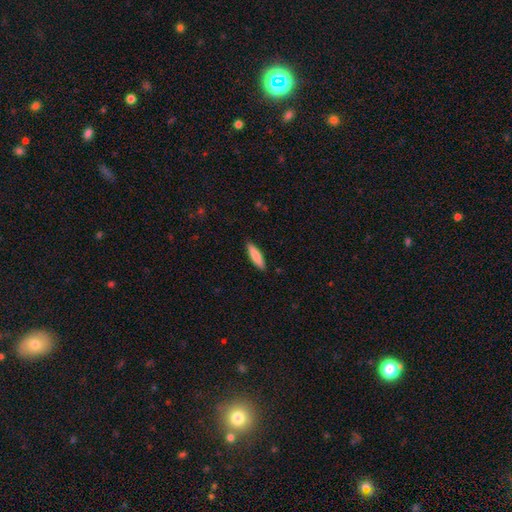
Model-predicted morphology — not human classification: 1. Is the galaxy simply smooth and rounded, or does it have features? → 84% smooth, 11% featured or disk, 5% star or artifact.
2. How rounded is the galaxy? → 74% cigar-shaped, 24% in between, 1% round.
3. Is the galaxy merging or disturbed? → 89% none, 8% minor disturbance, 2% major disturbance, 1% merger.